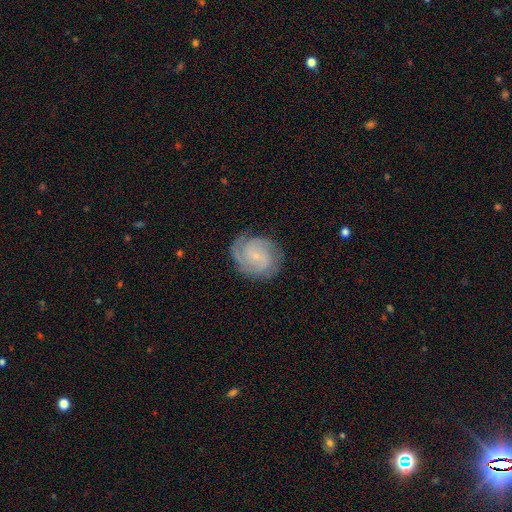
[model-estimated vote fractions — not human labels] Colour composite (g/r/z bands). It shows a featured or disk galaxy (79%) with no bar (64%), 3 (30%) tight (60%) spiral arms (96%) and a small central bulge (80%). Merging: none (77%).